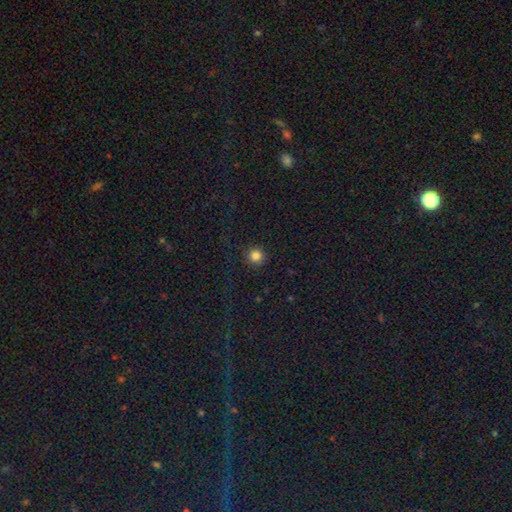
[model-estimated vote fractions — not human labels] This appears to be a smooth galaxy with no disk features (84%) that is round (95%). Merging: none (92%).